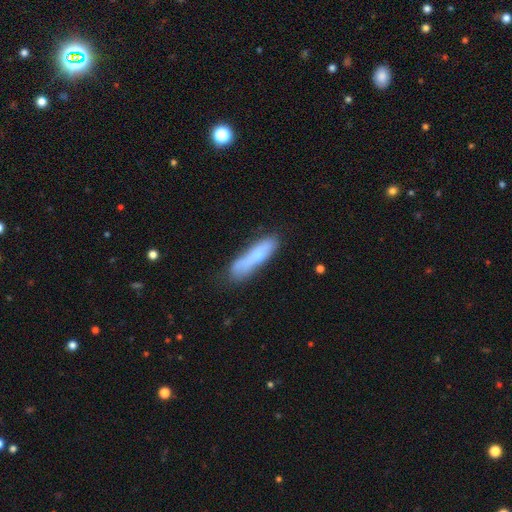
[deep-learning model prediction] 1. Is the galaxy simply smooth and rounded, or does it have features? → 66% smooth, 27% featured or disk, 7% star or artifact.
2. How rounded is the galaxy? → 78% cigar-shaped, 21% in between, 2% round.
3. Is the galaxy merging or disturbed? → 55% none, 26% minor disturbance, 10% major disturbance, 9% merger.